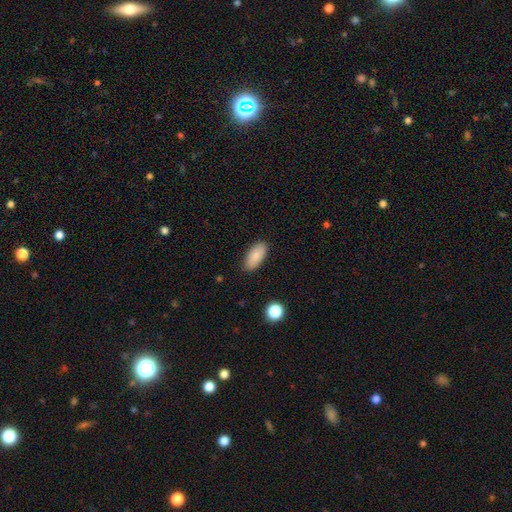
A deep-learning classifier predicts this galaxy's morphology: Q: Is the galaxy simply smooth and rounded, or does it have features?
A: smooth — 86%.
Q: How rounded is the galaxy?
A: in between — 91%.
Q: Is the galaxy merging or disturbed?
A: none — 87%.